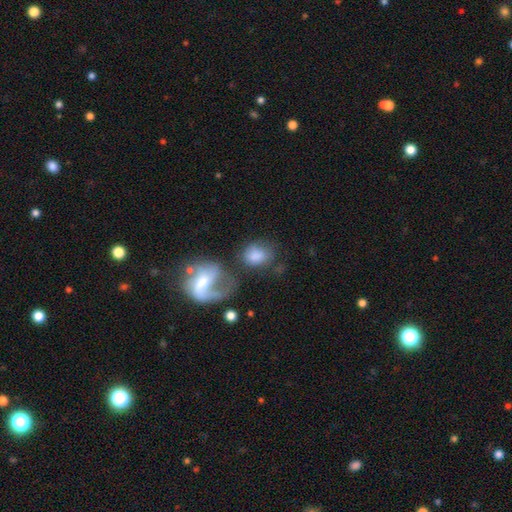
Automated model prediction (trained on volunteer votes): A smooth galaxy with no disk features (71%) that is in between round and cigar-shaped (62%). Merging: none (39%).